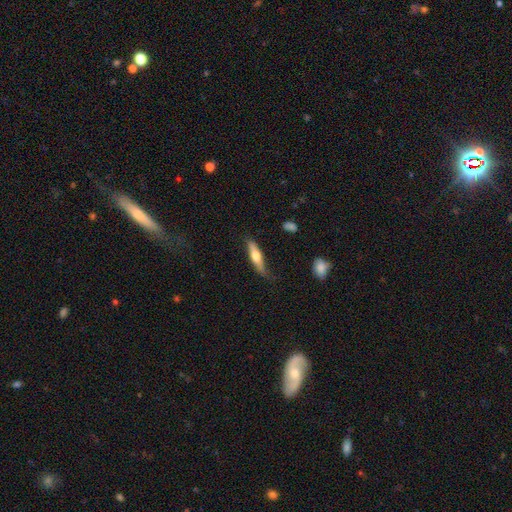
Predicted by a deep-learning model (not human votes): Q: Smooth or featured?
A: smooth (50%); runner-up: featured or disk (45%)
Q: How rounded?
A: cigar-shaped (77%); runner-up: in between (21%)
Q: Merging?
A: none (67%); runner-up: minor disturbance (25%)